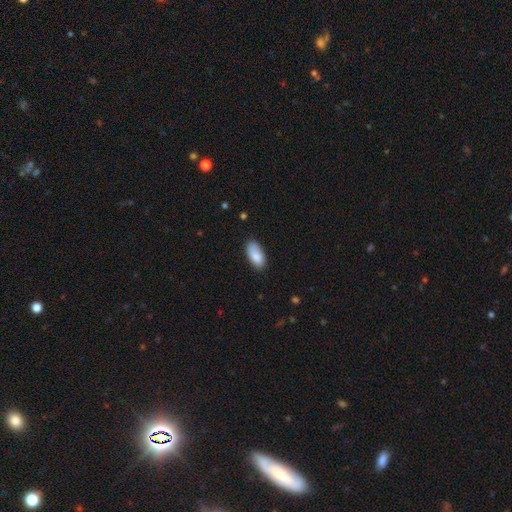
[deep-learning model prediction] A smooth galaxy with no disk features (86%) that is in between round and cigar-shaped (92%).

Vote fractions:
- Smooth or featured? smooth: 86% / featured or disk: 7% / star or artifact: 7%
- How rounded? in between: 92% / cigar-shaped: 6% / round: 2%
- Merging? none: 78% / minor disturbance: 17% / major disturbance: 3% / merger: 1%